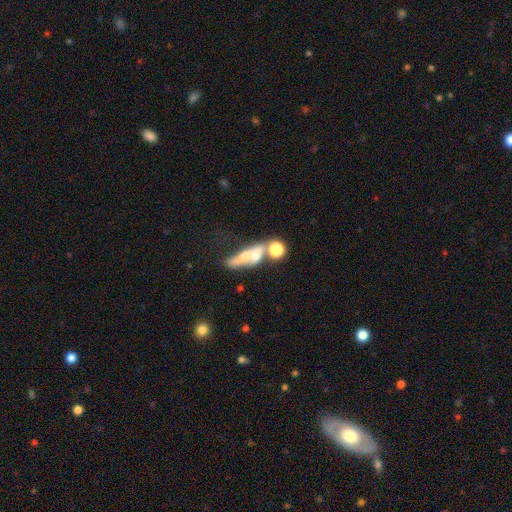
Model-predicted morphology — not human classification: featured or disk 45%, smooth 41%, star or artifact 13%. Down the decision tree: merging — merger (46%).